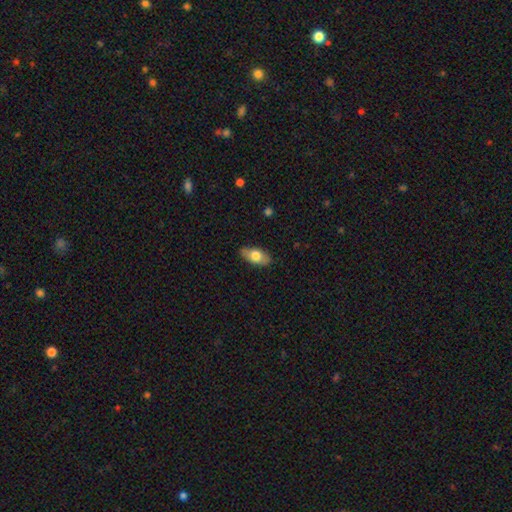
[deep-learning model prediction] A smooth galaxy with no disk features (71%) that is in between round and cigar-shaped (89%).

Vote fractions:
- Smooth or featured? smooth: 71% / featured or disk: 22% / star or artifact: 6%
- How rounded? in between: 89% / cigar-shaped: 7% / round: 4%
- Merging? none: 84% / minor disturbance: 12% / major disturbance: 2% / merger: 1%